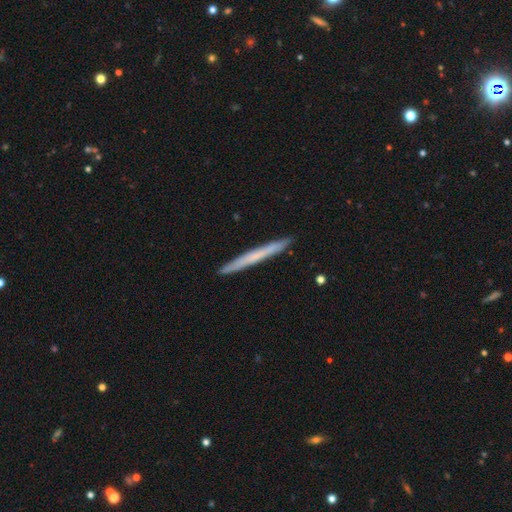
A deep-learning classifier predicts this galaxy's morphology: This appears to be a smooth galaxy with no disk features (54%) that is cigar-shaped (97%). Merging: none (92%).